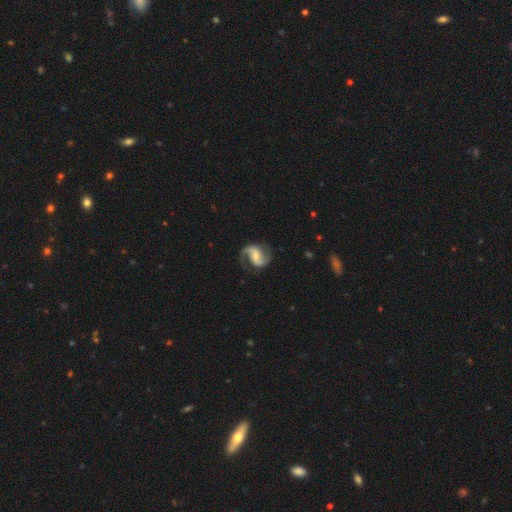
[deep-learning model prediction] Morphology: type=featured or disk (88%); edge-on=no (98%); bar=weak (45%); spiral arms=yes (97%); winding=medium (48%); arm count=2 (85%); bulge=moderate (48%); merging=none (73%).